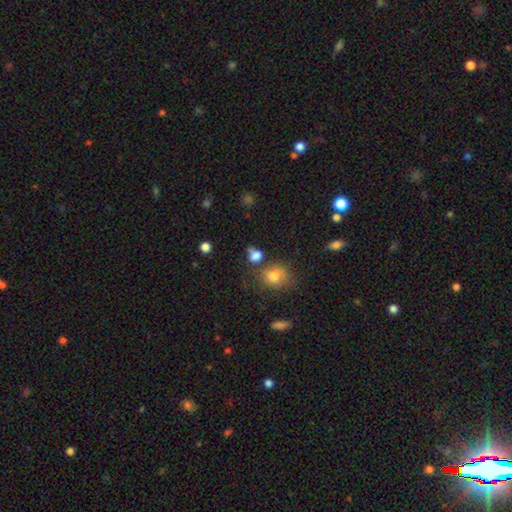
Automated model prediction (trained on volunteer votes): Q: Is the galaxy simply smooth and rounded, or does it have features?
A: smooth — 75%.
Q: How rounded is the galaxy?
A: in between — 53%.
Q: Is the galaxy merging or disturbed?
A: none — 48%.